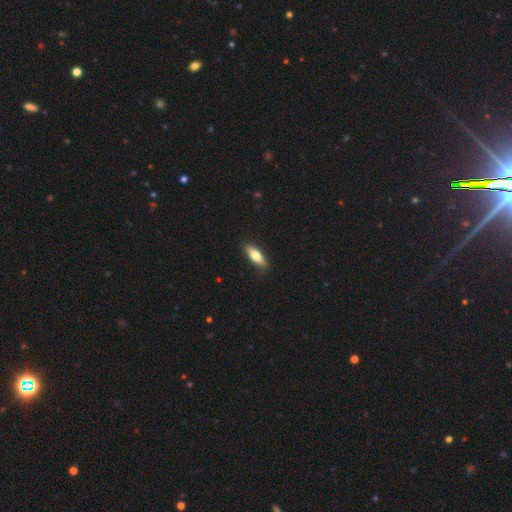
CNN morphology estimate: Smooth or featured: smooth — 67% (featured or disk — 27%)
How rounded: in between — 51% (cigar-shaped — 46%)
Merging: none — 89% (minor disturbance — 9%)